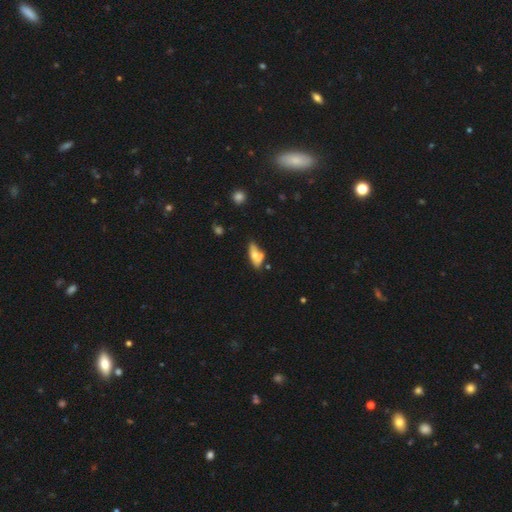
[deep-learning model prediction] smooth 57%, featured or disk 35%, star or artifact 8%. Down the decision tree: how rounded — in between (83%); merging — none (37%).